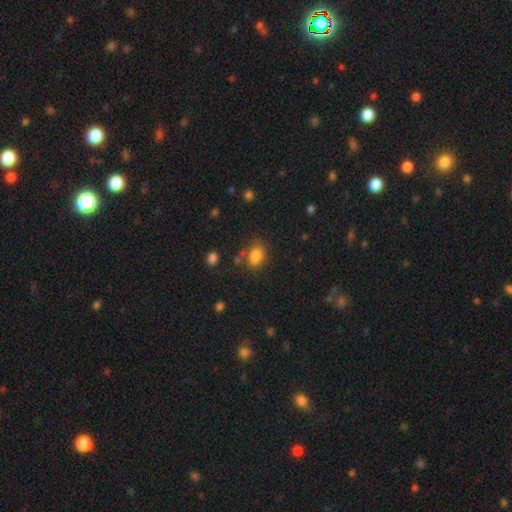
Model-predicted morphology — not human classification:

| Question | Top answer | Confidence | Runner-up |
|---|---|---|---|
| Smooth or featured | smooth | 82% | star or artifact (10%) |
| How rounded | in between | 79% | round (20%) |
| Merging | none | 69% | minor disturbance (18%) |